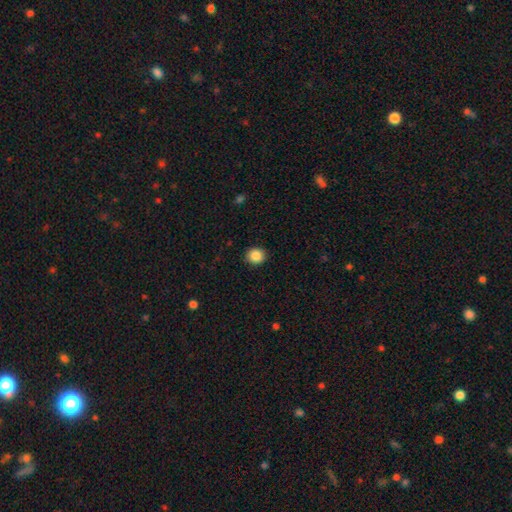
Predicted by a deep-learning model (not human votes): Smooth or featured?
  - smooth: 87% *
  - star or artifact: 9%
  - featured or disk: 4%
How rounded?
  - round: 81% *
  - in between: 18%
  - cigar-shaped: 1%
Merging?
  - none: 91% *
  - minor disturbance: 6%
  - major disturbance: 2%
  - merger: 1%